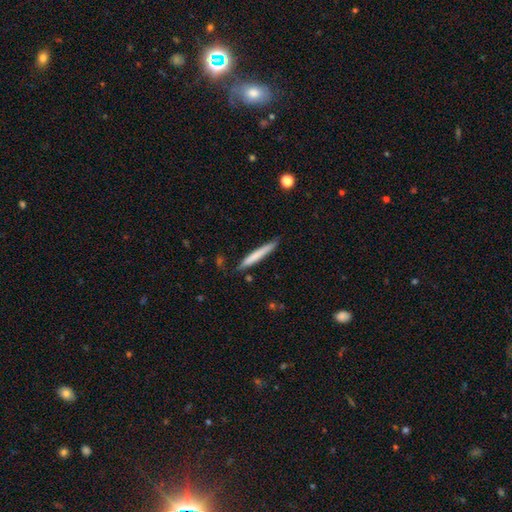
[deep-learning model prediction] This is likely a smooth galaxy (69%). How rounded: clearly cigar-shaped (96%). Merging: clearly none (83%).